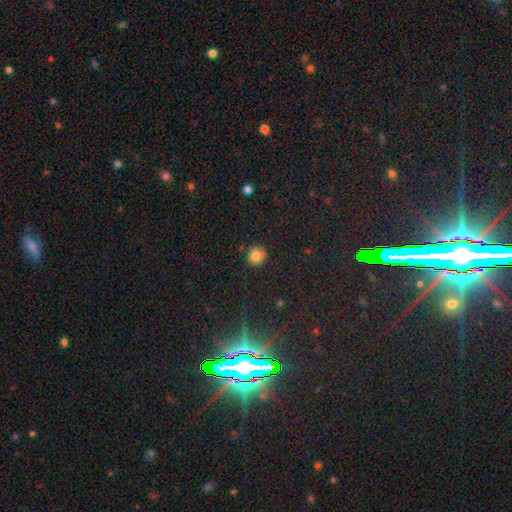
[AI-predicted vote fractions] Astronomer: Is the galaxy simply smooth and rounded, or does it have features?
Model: smooth — 79%.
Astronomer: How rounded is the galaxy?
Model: round — 87%.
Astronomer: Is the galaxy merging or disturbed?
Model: none — 81%.